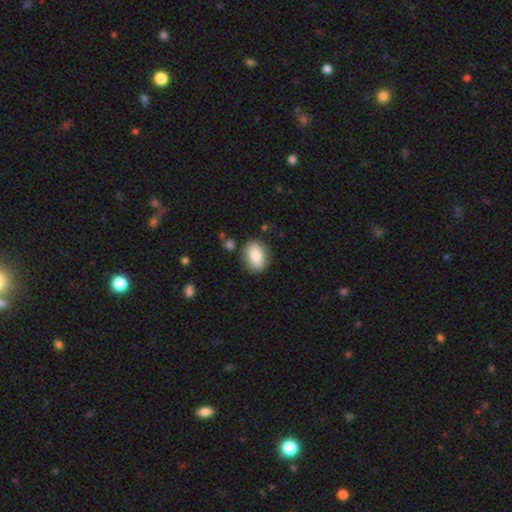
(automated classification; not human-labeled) This is clearly a smooth galaxy (81%). How rounded: clearly in between (81%). Merging: clearly none (81%).